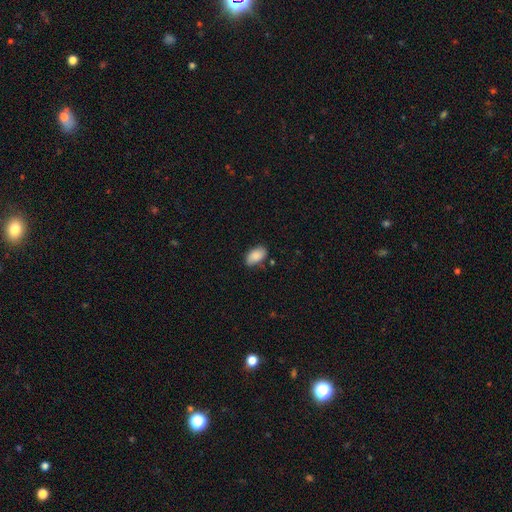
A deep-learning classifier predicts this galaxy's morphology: type=smooth (87%); roundness=in between (94%); merging=none (72%).